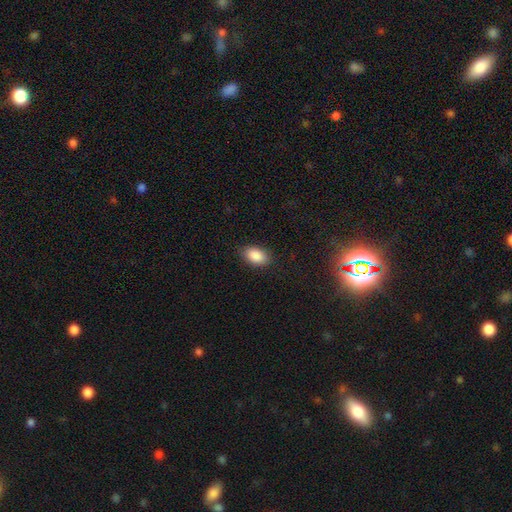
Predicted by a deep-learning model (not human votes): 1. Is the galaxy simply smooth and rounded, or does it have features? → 89% smooth, 7% star or artifact, 4% featured or disk.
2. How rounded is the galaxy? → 92% in between, 6% round, 2% cigar-shaped.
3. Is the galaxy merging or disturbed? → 87% none, 10% minor disturbance, 3% major disturbance, 1% merger.